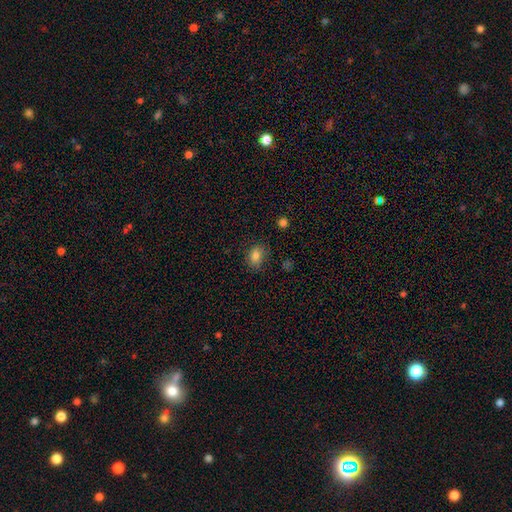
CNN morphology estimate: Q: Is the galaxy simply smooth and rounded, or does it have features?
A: smooth — 82%.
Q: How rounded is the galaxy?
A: in between — 66%.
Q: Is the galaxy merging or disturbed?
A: none — 76%.